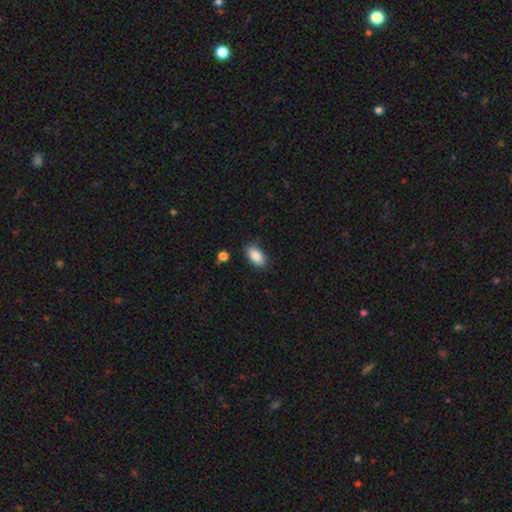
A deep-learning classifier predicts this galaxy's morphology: This is clearly a smooth galaxy (87%). How rounded: clearly in between (93%). Merging: clearly none (84%).